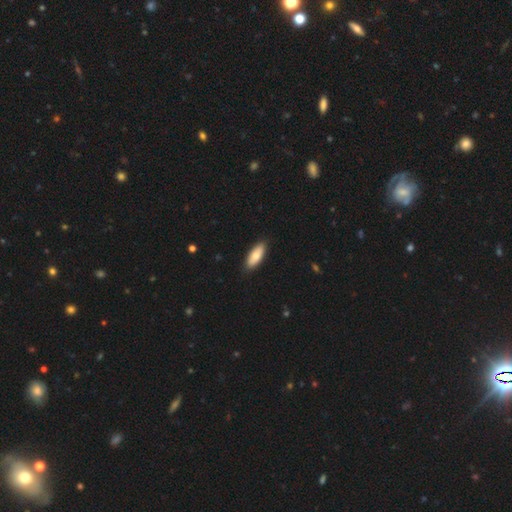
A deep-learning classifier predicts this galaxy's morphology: A smooth galaxy with no disk features (78%) that is in between round and cigar-shaped (77%).

Vote fractions:
- Smooth or featured? smooth: 78% / featured or disk: 16% / star or artifact: 5%
- How rounded? in between: 77% / cigar-shaped: 21% / round: 2%
- Merging? none: 88% / minor disturbance: 10% / major disturbance: 2% / merger: 1%